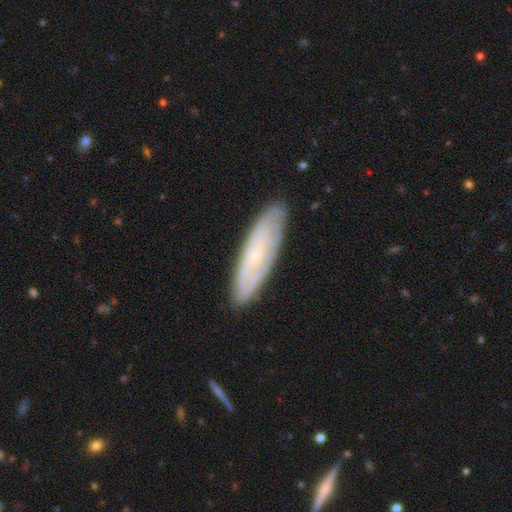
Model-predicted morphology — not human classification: A featured or disk galaxy (55%). Merging: none (85%).